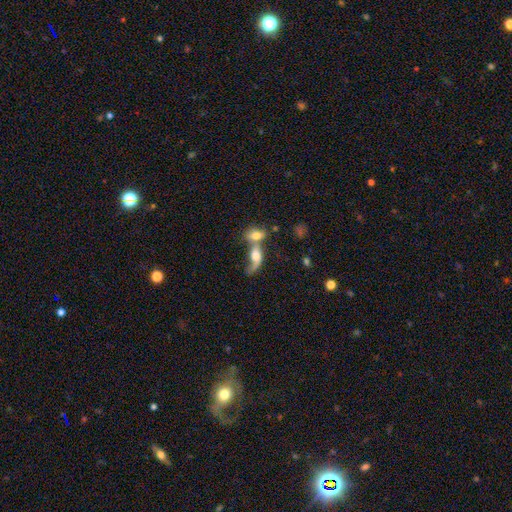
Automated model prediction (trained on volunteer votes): A smooth galaxy with no disk features (49%). Merging: merger (68%).